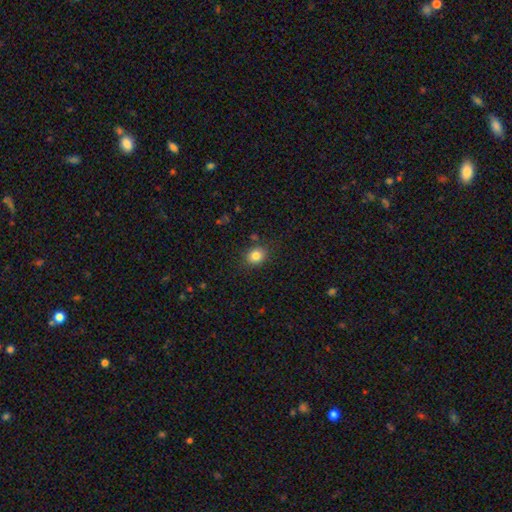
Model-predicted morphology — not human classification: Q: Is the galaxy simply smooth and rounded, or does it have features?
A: smooth — 83%.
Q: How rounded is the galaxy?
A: round — 63%.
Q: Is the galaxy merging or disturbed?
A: none — 84%.